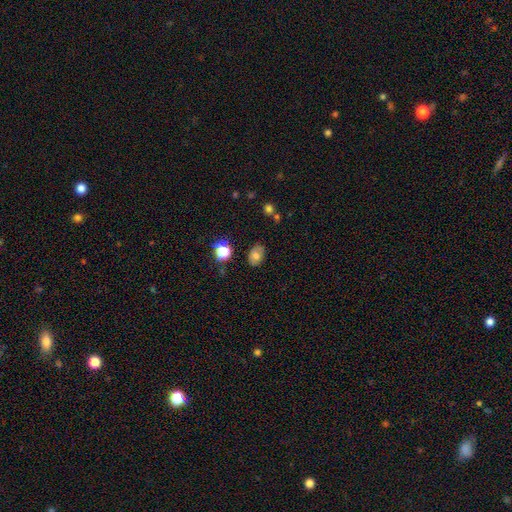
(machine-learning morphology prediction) A smooth galaxy with no disk features (68%) that is in between round and cigar-shaped (76%).

Vote fractions:
- Smooth or featured? smooth: 68% / featured or disk: 18% / star or artifact: 14%
- How rounded? in between: 76% / round: 23% / cigar-shaped: 1%
- Merging? none: 79% / minor disturbance: 15% / major disturbance: 4% / merger: 3%